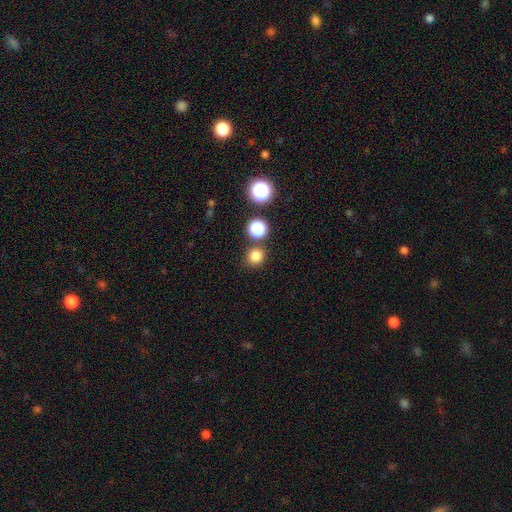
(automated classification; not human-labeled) This appears to be a smooth galaxy with no disk features (79%) that is round (91%). Merging: none (83%).